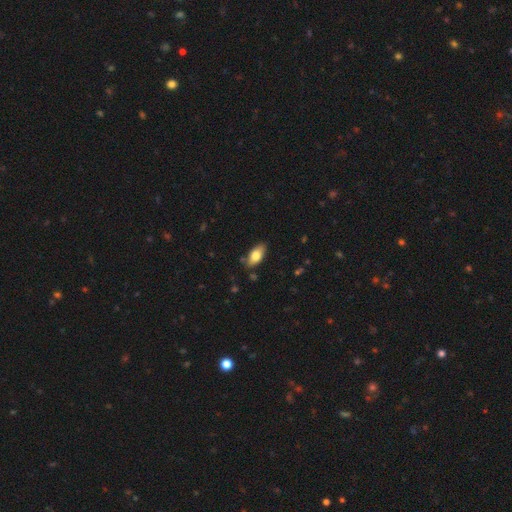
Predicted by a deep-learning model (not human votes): A smooth galaxy with no disk features (76%) that is in between round and cigar-shaped (89%).

Vote fractions:
- Smooth or featured? smooth: 76% / featured or disk: 17% / star or artifact: 7%
- How rounded? in between: 89% / cigar-shaped: 7% / round: 3%
- Merging? none: 79% / minor disturbance: 16% / major disturbance: 3% / merger: 2%